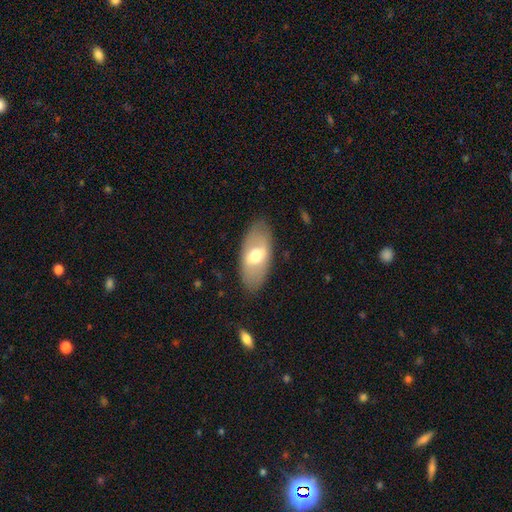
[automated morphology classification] A smooth galaxy with no disk features (52%) that is in between round and cigar-shaped (91%). Merging: none (83%).